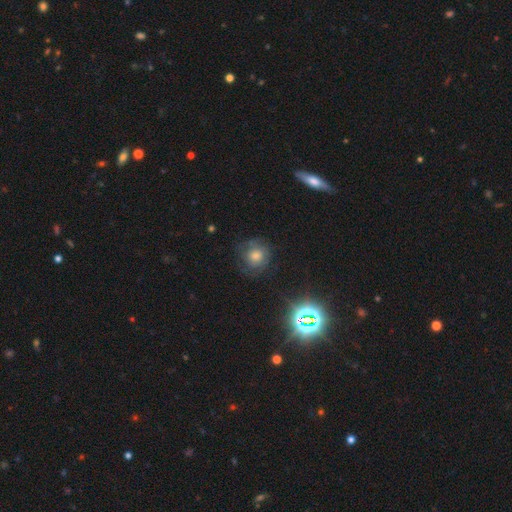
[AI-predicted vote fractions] This is marginally a smooth galaxy (44%). Merging: likely none (72%).